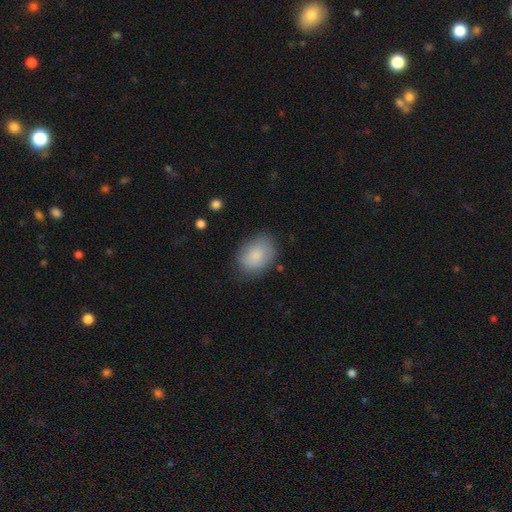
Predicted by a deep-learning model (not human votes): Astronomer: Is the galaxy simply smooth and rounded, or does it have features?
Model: smooth — 84%.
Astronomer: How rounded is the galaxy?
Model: in between — 79%.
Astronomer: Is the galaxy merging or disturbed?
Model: none — 75%.